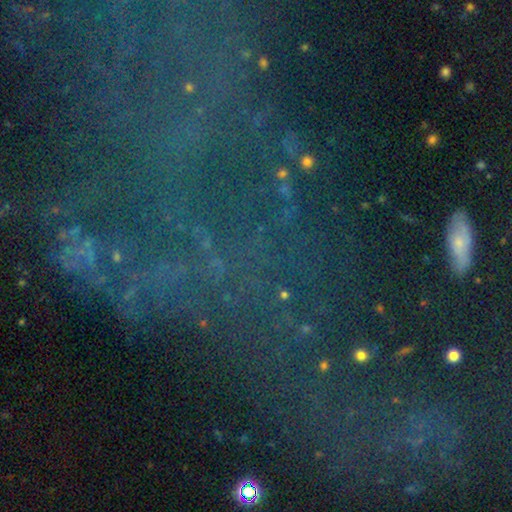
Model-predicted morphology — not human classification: Smooth or featured?
  - star or artifact: 67% *
  - featured or disk: 17%
  - smooth: 16%